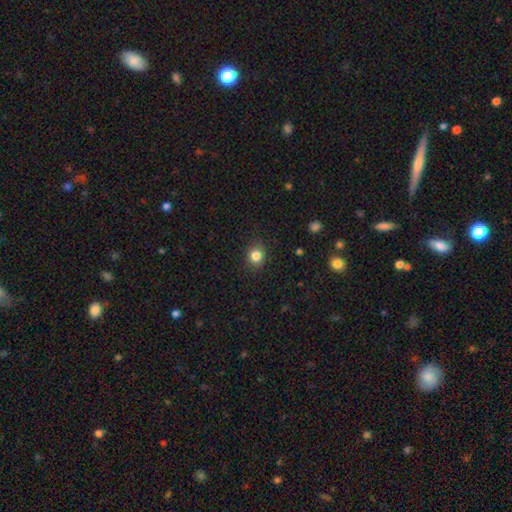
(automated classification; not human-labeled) Smooth or featured? Predicted: smooth (p=0.83). How rounded? Predicted: round (p=0.77). Merging? Predicted: none (p=0.88).